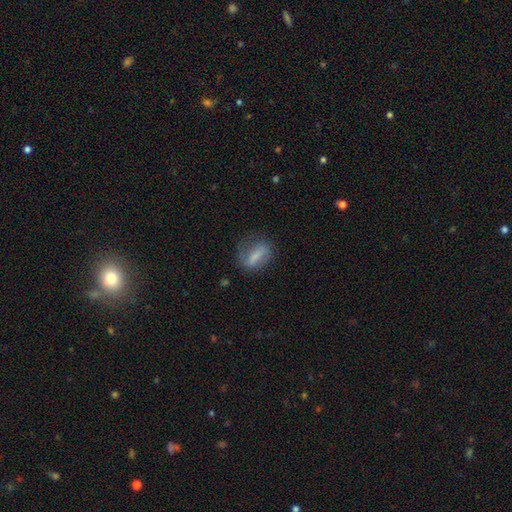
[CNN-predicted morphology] smooth_or_featured: smooth (p=0.52) [alt: featured or disk p=0.38]
how_rounded: in between (p=0.64) [alt: cigar-shaped p=0.21]
merging: none (p=0.57) [alt: minor disturbance p=0.25]